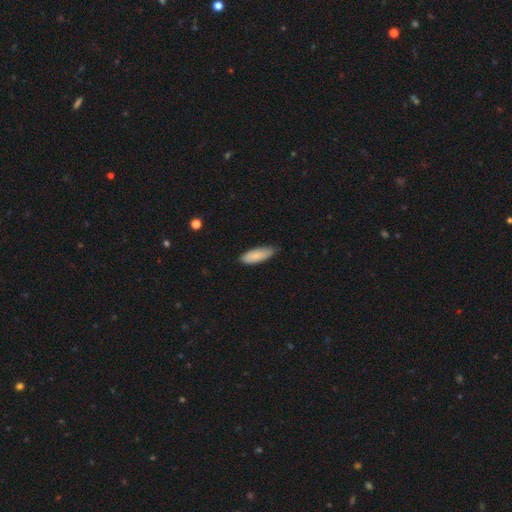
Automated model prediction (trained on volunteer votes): The model was most divided on "how rounded": in between: 69%, cigar-shaped: 29%, round: 2%. More confident: smooth or featured — smooth (85%); merging — none (77%).